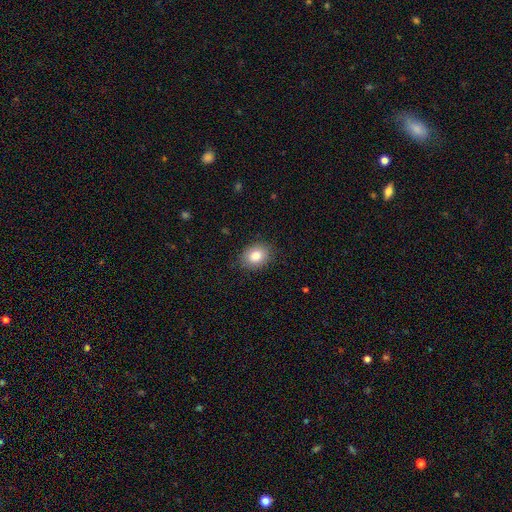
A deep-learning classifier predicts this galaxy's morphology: This is clearly a smooth galaxy (84%). How rounded: likely in between (62%). Merging: clearly none (86%).